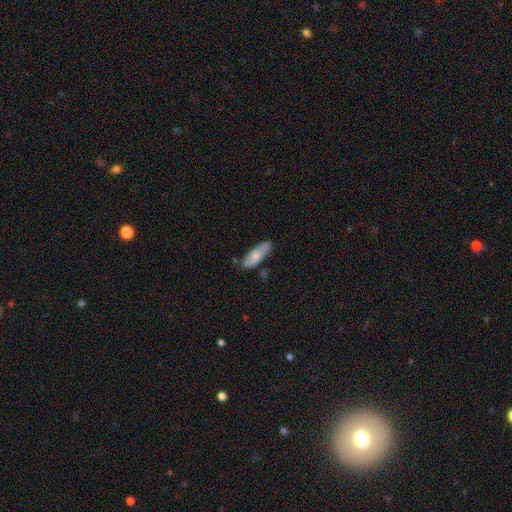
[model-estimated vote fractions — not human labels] A smooth galaxy with no disk features (71%) that is in between round and cigar-shaped (65%).

Vote fractions:
- Smooth or featured? smooth: 71% / featured or disk: 23% / star or artifact: 6%
- How rounded? in between: 65% / cigar-shaped: 33% / round: 2%
- Merging? none: 74% / minor disturbance: 18% / merger: 4% / major disturbance: 3%